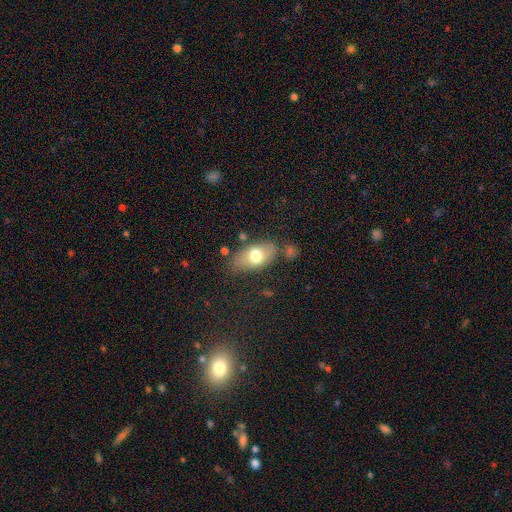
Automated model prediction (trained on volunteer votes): Q: Smooth or featured?
A: smooth (69%); runner-up: featured or disk (23%)
Q: How rounded?
A: in between (89%); runner-up: round (7%)
Q: Merging?
A: none (72%); runner-up: minor disturbance (17%)